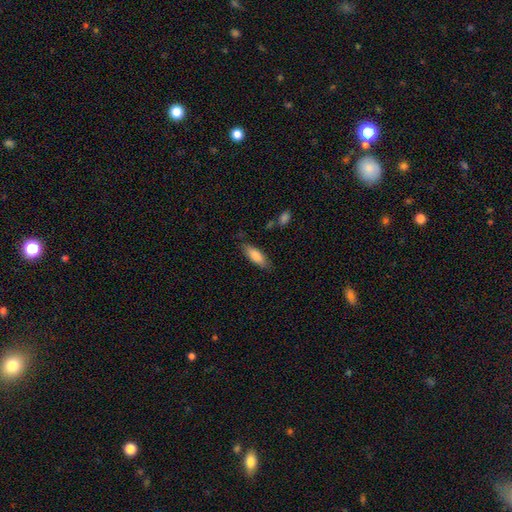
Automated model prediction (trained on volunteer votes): Smooth or featured: smooth — 84% (featured or disk — 10%)
How rounded: in between — 63% (cigar-shaped — 36%)
Merging: none — 79% (minor disturbance — 16%)